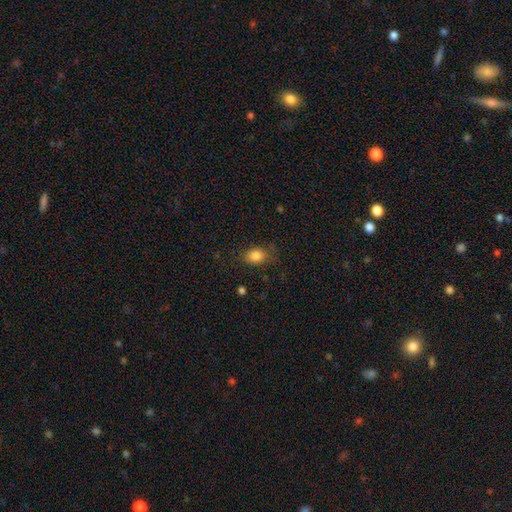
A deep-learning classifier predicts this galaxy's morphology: The model was most divided on "how rounded": in between: 66%, round: 33%, cigar-shaped: 1%. More confident: smooth or featured — smooth (84%); merging — none (76%).